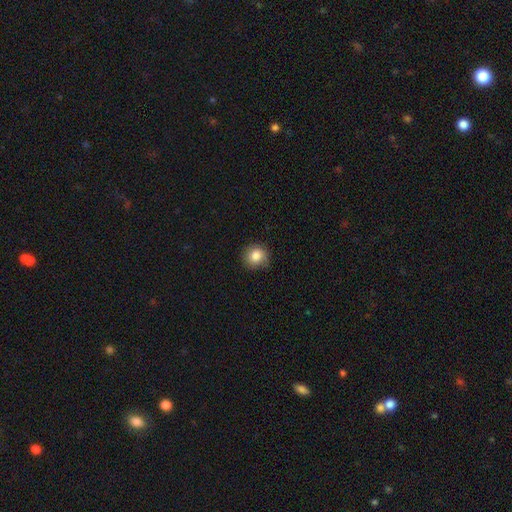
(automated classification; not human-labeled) Smooth or featured?
  - smooth: 84% *
  - star or artifact: 10%
  - featured or disk: 6%
How rounded?
  - round: 87% *
  - in between: 12%
  - cigar-shaped: 1%
Merging?
  - none: 82% *
  - minor disturbance: 15%
  - major disturbance: 3%
  - merger: 1%